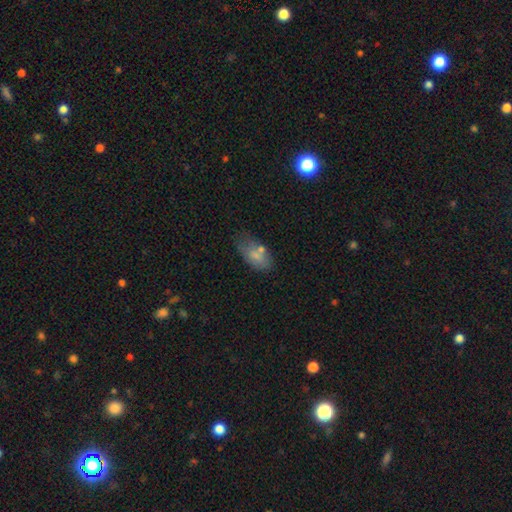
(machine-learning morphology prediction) Smooth or featured? smooth (69%)
How rounded? in between (92%)
Merging? none (52%)